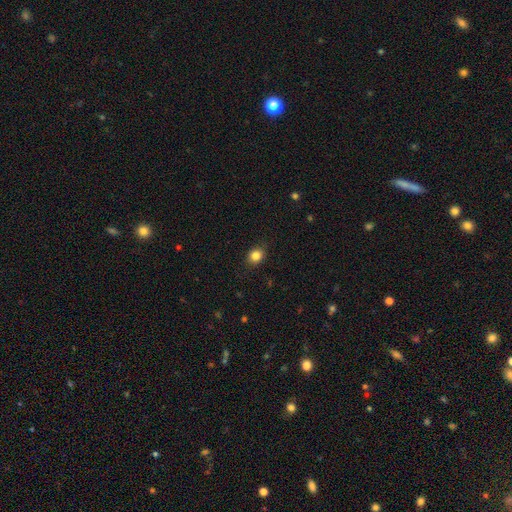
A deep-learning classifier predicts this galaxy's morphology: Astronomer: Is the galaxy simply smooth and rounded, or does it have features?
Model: smooth — 84%.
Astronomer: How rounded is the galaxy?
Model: round — 59% (runner-up: in between, 40%).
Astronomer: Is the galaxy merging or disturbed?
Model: none — 86%.